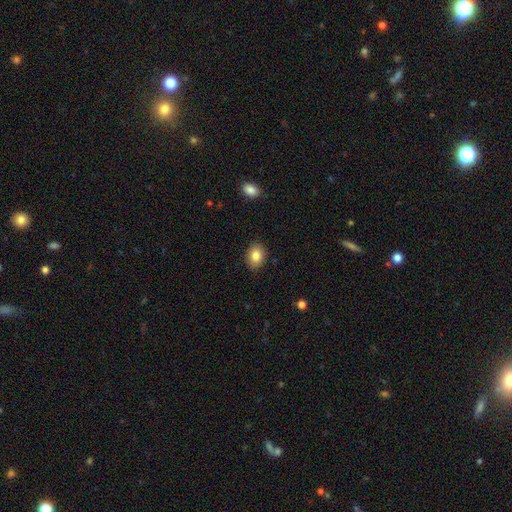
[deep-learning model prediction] Overall: smooth (83%). How rounded: in between (71%). Merging: none (88%).